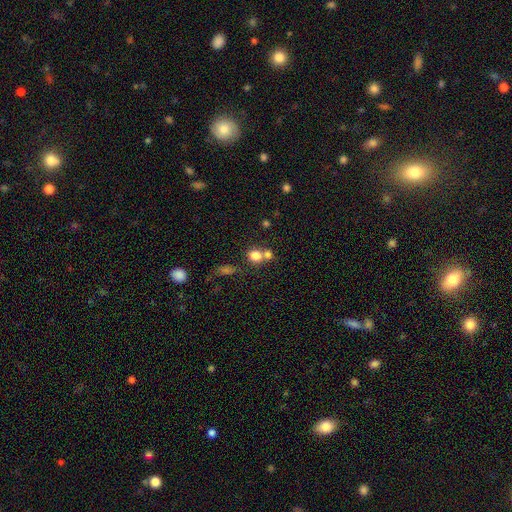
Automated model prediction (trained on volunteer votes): smooth-or-featured: smooth: 78% | star or artifact: 12% | featured or disk: 10%
  how-rounded: round: 69% | in between: 29% | cigar-shaped: 1%
  merging: merger: 46% | none: 42% | minor disturbance: 8% | major disturbance: 4%